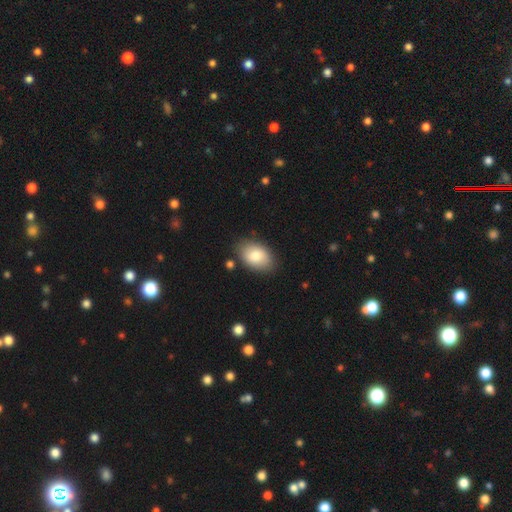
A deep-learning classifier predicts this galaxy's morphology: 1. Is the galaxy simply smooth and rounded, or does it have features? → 80% smooth, 13% featured or disk, 7% star or artifact.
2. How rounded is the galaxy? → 89% in between, 9% round, 1% cigar-shaped.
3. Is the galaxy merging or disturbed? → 83% none, 12% minor disturbance, 3% major disturbance, 2% merger.